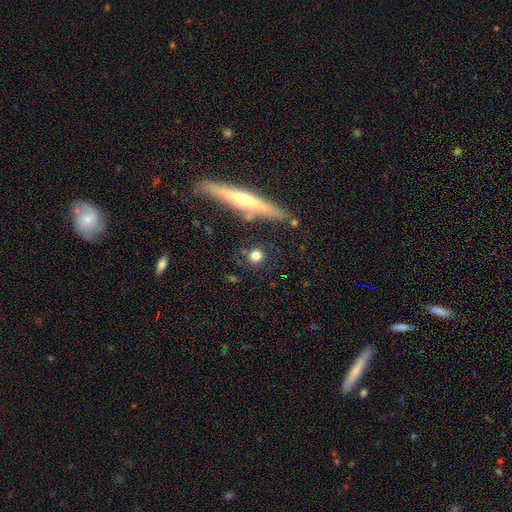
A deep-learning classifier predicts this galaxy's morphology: smooth_or_featured: smooth (p=0.77) [alt: featured or disk p=0.14]
how_rounded: round (p=0.83) [alt: in between p=0.11]
merging: none (p=0.82) [alt: minor disturbance p=0.09]